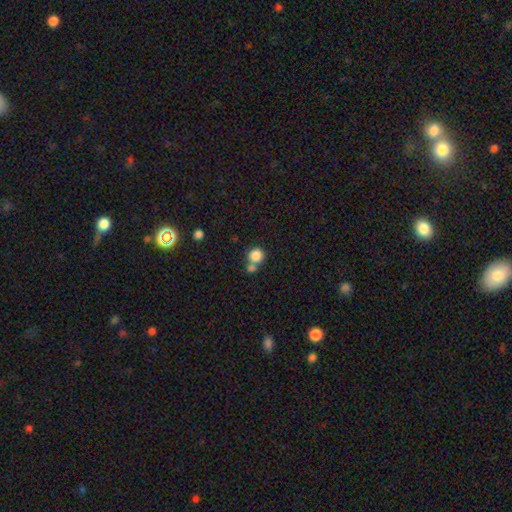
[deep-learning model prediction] The model was most divided on "merging": none: 52%, merger: 37%, minor disturbance: 8%, major disturbance: 3%. More confident: how rounded — round (90%); smooth or featured — smooth (85%).